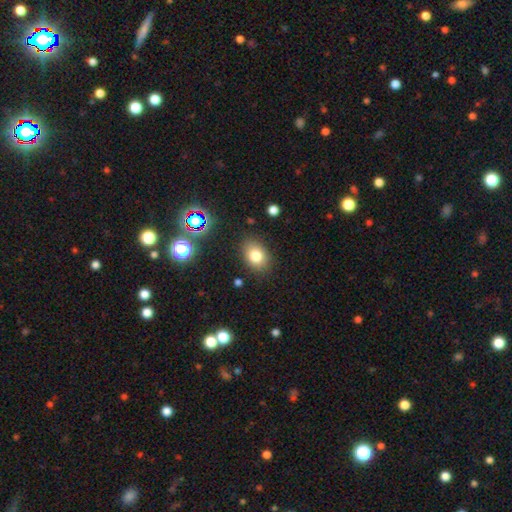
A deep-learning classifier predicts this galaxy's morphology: Smooth or featured? smooth (78%)
How rounded? in between (69%)
Merging? none (84%)